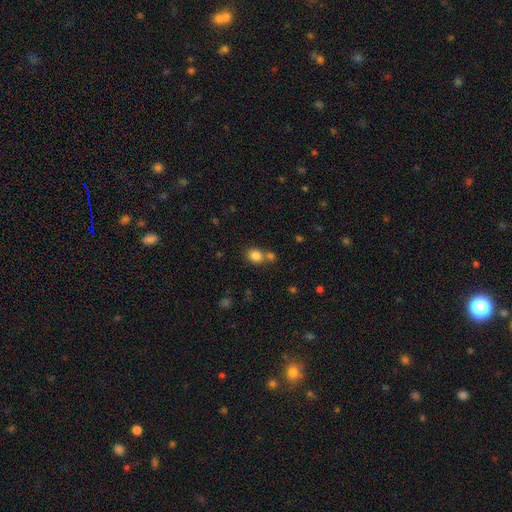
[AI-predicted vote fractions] smooth_or_featured: smooth (p=0.84) [alt: star or artifact p=0.11]
how_rounded: round (p=0.62) [alt: in between p=0.37]
merging: none (p=0.56) [alt: merger p=0.31]